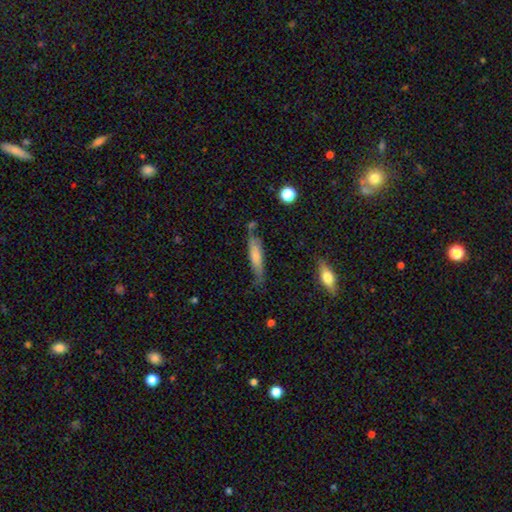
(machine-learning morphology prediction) smooth_or_featured: smooth (p=0.60) [alt: featured or disk p=0.33]
how_rounded: cigar-shaped (p=0.67) [alt: in between p=0.30]
merging: none (p=0.56) [alt: minor disturbance p=0.29]